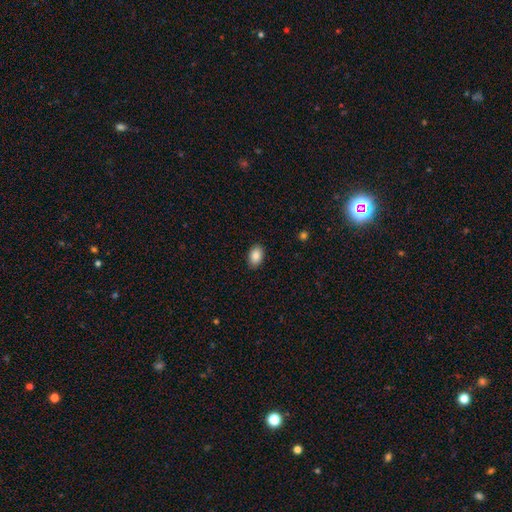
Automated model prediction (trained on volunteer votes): Q: Smooth or featured?
A: smooth (88%); runner-up: star or artifact (7%)
Q: How rounded?
A: in between (85%); runner-up: round (14%)
Q: Merging?
A: none (89%); runner-up: minor disturbance (8%)